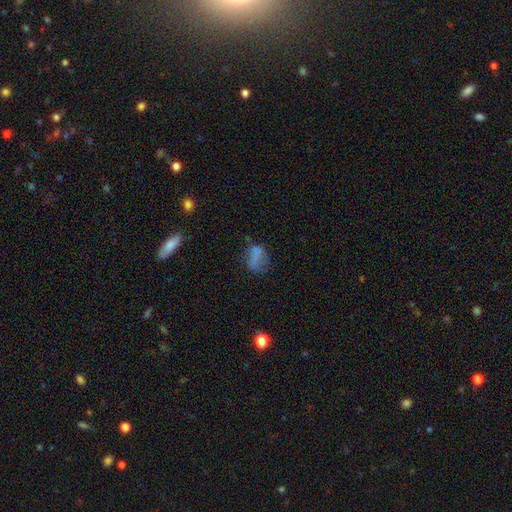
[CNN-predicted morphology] Overall: smooth (65%). How rounded: in between (77%). Merging: none (40%; major disturbance 28%).